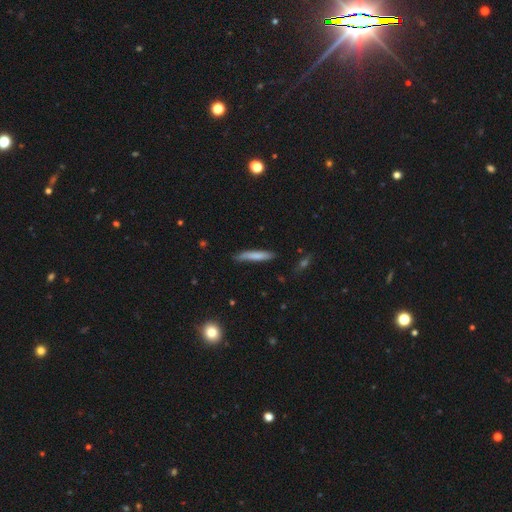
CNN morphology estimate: type=smooth (75%); roundness=cigar-shaped (92%); merging=none (80%).